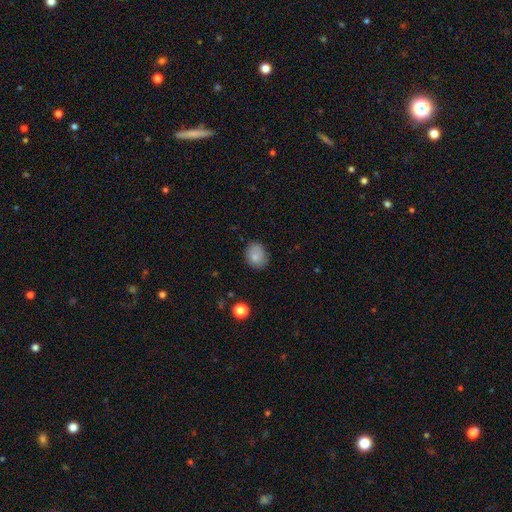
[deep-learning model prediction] Smooth or featured?
  - smooth: 82% *
  - featured or disk: 9%
  - star or artifact: 9%
How rounded?
  - in between: 50% *
  - round: 49%
  - cigar-shaped: 1%
Merging?
  - none: 77% *
  - minor disturbance: 17%
  - major disturbance: 4%
  - merger: 2%